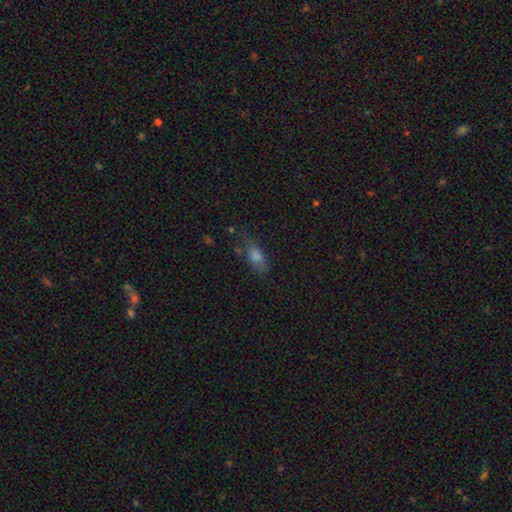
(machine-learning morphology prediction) Smooth or featured?
  - smooth: 71% *
  - star or artifact: 14%
  - featured or disk: 14%
How rounded?
  - in between: 76% *
  - cigar-shaped: 18%
  - round: 6%
Merging?
  - none: 58% *
  - minor disturbance: 26%
  - major disturbance: 11%
  - merger: 5%